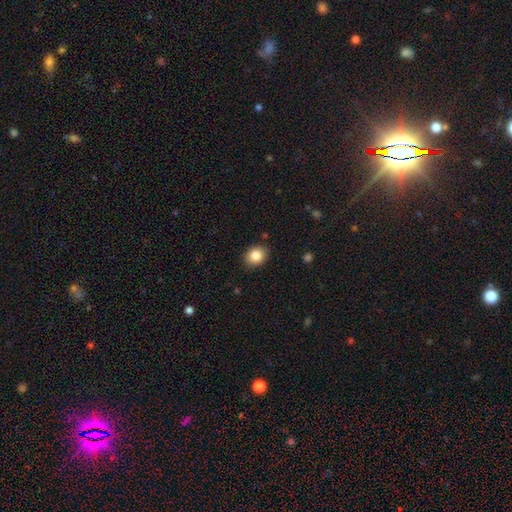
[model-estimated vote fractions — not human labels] Smooth or featured? smooth (85%)
How rounded? round (58%)
Merging? none (87%)